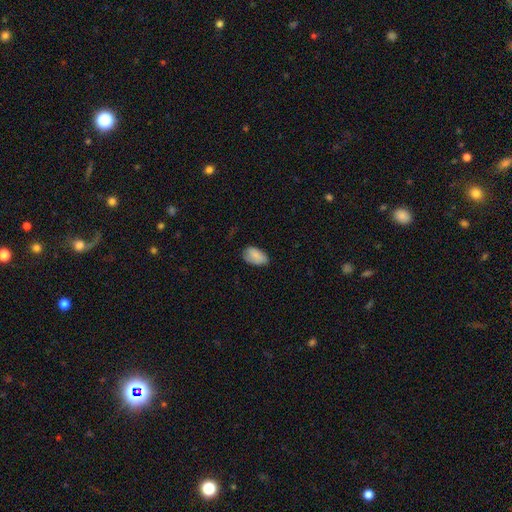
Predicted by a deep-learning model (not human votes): Smooth or featured?
  - smooth: 83% *
  - featured or disk: 10%
  - star or artifact: 7%
How rounded?
  - in between: 93% *
  - round: 5%
  - cigar-shaped: 2%
Merging?
  - none: 68% *
  - minor disturbance: 26%
  - major disturbance: 5%
  - merger: 1%